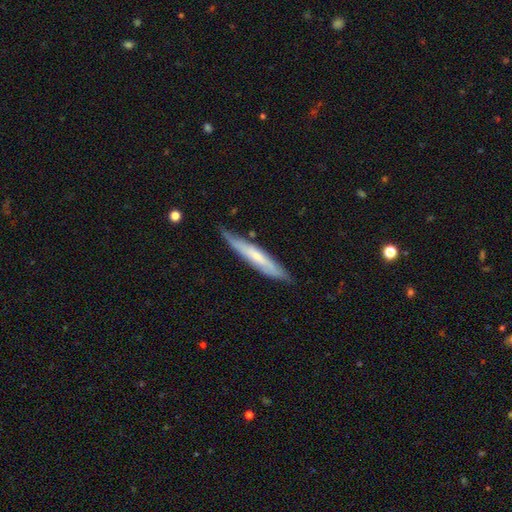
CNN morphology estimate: Smooth or featured?
  - featured or disk: 48% *
  - smooth: 46%
  - star or artifact: 6%
Merging?
  - none: 77% *
  - minor disturbance: 19%
  - major disturbance: 3%
  - merger: 2%